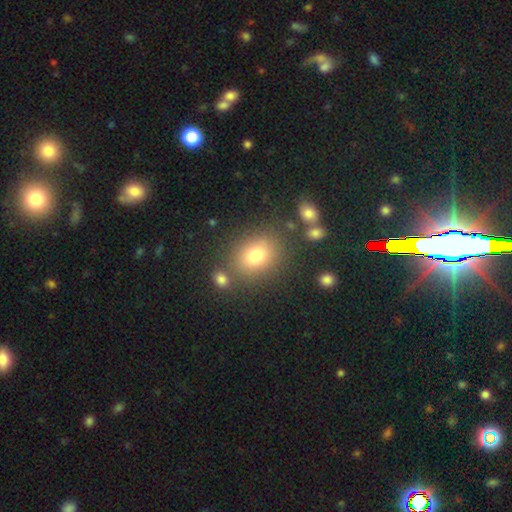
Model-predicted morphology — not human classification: Q: Smooth or featured?
A: smooth (77%); runner-up: star or artifact (13%)
Q: How rounded?
A: round (50%); runner-up: in between (49%)
Q: Merging?
A: none (75%); runner-up: minor disturbance (12%)